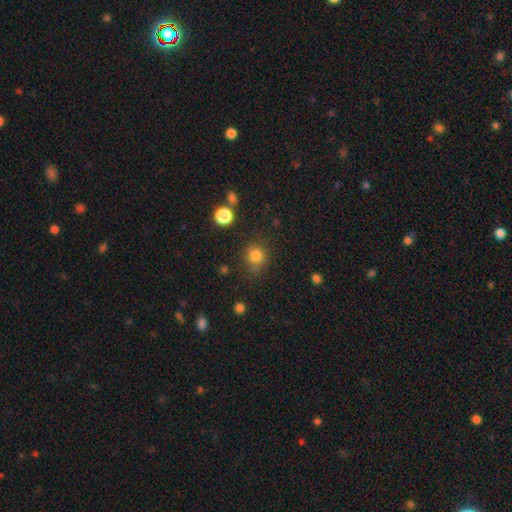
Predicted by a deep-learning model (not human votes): Morphology: type=smooth (81%); roundness=round (86%); merging=none (76%).